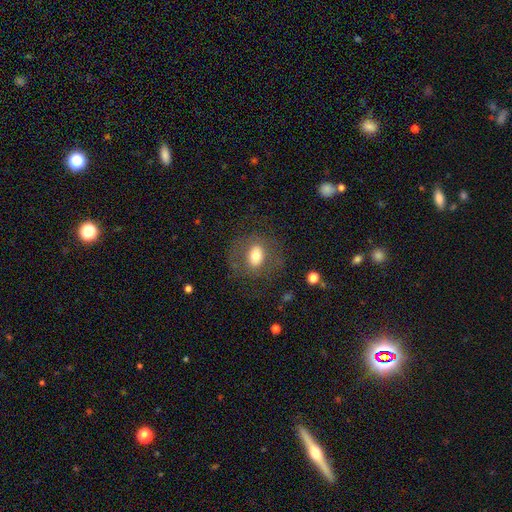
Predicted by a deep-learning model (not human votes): smooth-or-featured: smooth: 63% | featured or disk: 27% | star or artifact: 9%
  how-rounded: in between: 59% | round: 40% | cigar-shaped: 1%
  merging: none: 68% | minor disturbance: 16% | major disturbance: 15% | merger: 2%